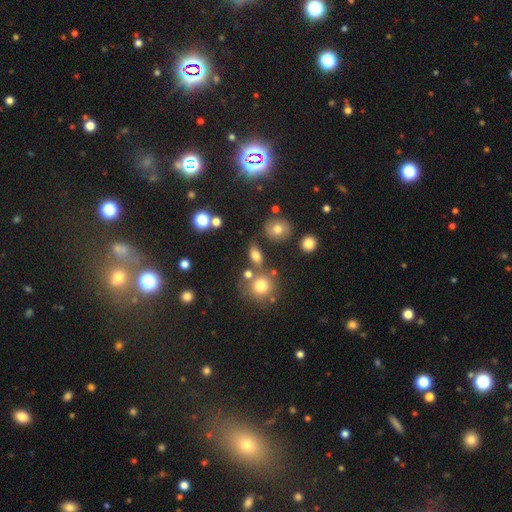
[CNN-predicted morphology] Smooth or featured? smooth (73%)
How rounded? in between (69%)
Merging? none (67%)